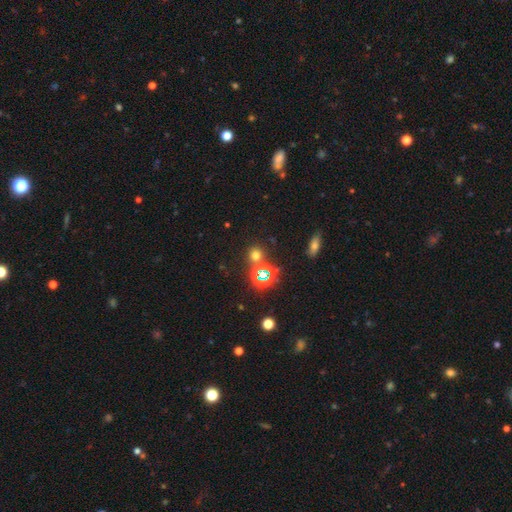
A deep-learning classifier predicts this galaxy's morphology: Smooth or featured?
  - smooth: 60% *
  - star or artifact: 33%
  - featured or disk: 7%
How rounded?
  - round: 87% *
  - in between: 12%
  - cigar-shaped: 1%
Merging?
  - none: 78% *
  - merger: 11%
  - minor disturbance: 8%
  - major disturbance: 3%